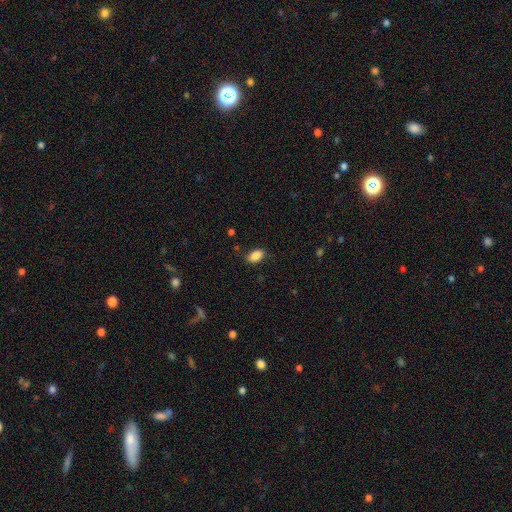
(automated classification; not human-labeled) Smooth or featured? Predicted: smooth (p=0.87). How rounded? Predicted: in between (p=0.92). Merging? Predicted: none (p=0.83).